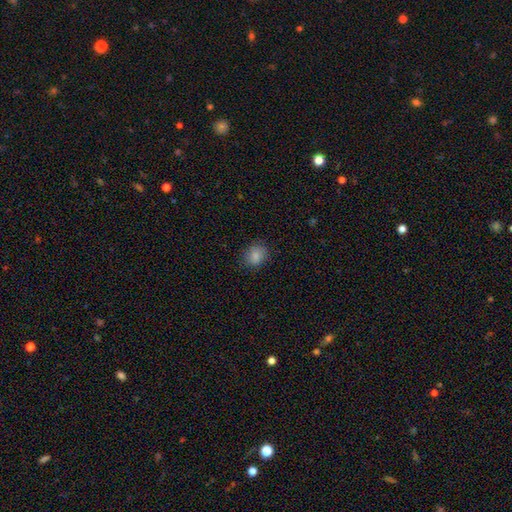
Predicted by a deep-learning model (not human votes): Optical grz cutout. It shows a smooth galaxy with no disk features (85%) that is round (57%). Merging: none (84%).